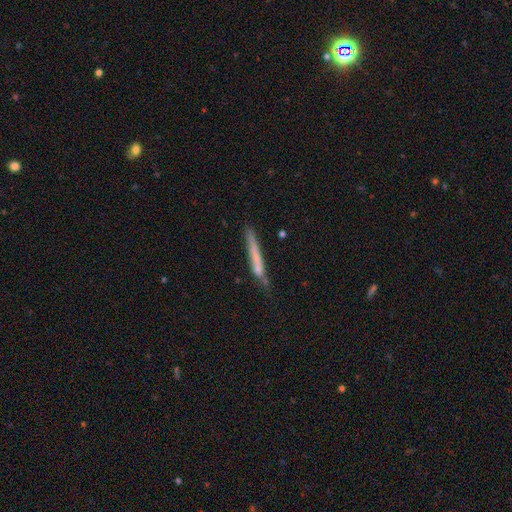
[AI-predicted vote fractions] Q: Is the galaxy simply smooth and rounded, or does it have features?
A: smooth — 55%.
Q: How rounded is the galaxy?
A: cigar-shaped — 96%.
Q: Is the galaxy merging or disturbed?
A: none — 64%.